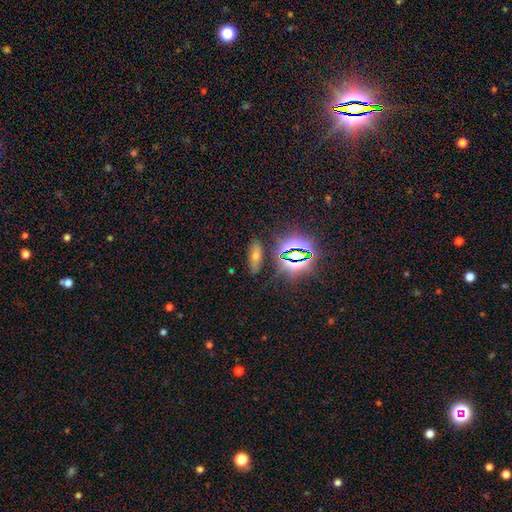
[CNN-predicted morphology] type=star or artifact (42%).